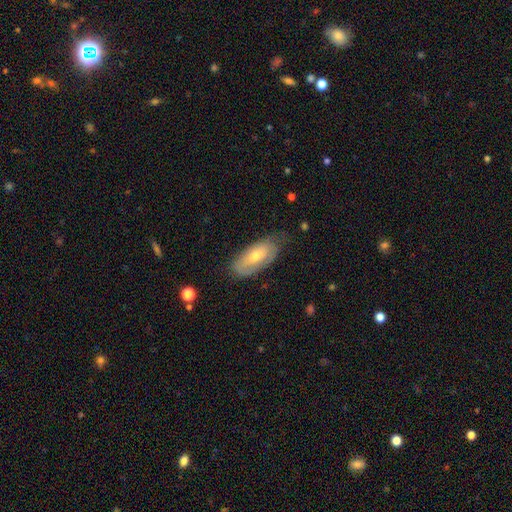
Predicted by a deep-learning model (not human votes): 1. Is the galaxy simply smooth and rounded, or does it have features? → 48% featured or disk, 45% smooth, 7% star or artifact.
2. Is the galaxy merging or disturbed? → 64% none, 27% minor disturbance, 8% major disturbance, 1% merger.